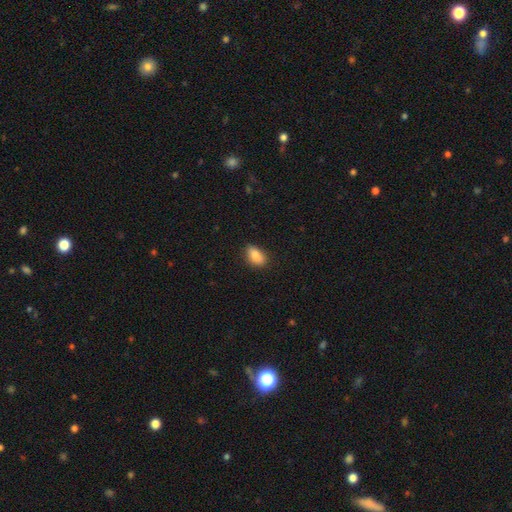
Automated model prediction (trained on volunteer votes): smooth_or_featured: smooth (p=0.87) [alt: star or artifact p=0.08]
how_rounded: in between (p=0.89) [alt: round p=0.06]
merging: none (p=0.82) [alt: minor disturbance p=0.15]